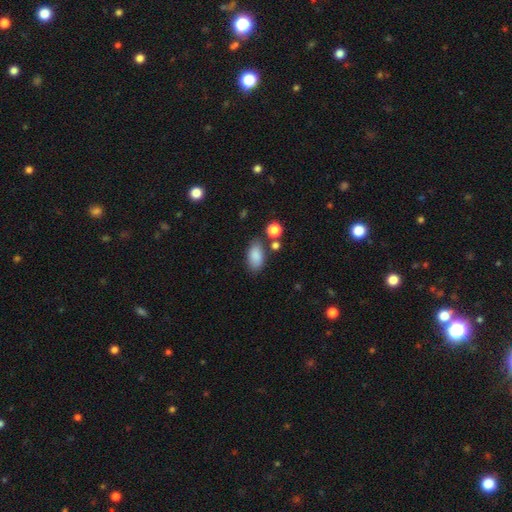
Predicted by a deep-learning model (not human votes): smooth-or-featured: smooth: 87% | star or artifact: 8% | featured or disk: 6%
  how-rounded: in between: 92% | round: 5% | cigar-shaped: 3%
  merging: none: 73% | minor disturbance: 15% | merger: 8% | major disturbance: 4%